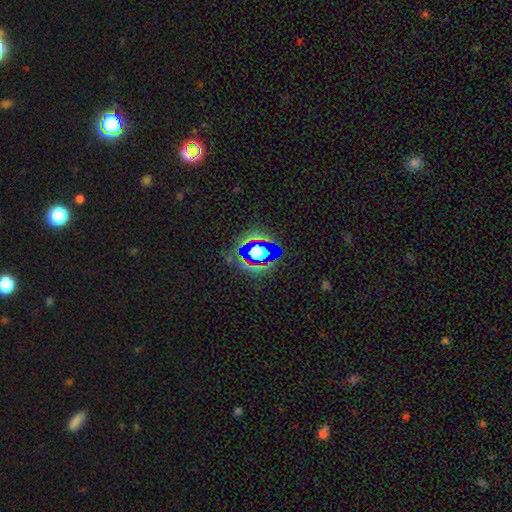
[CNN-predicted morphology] This is possibly a star or artifact rather than a galaxy (48%).